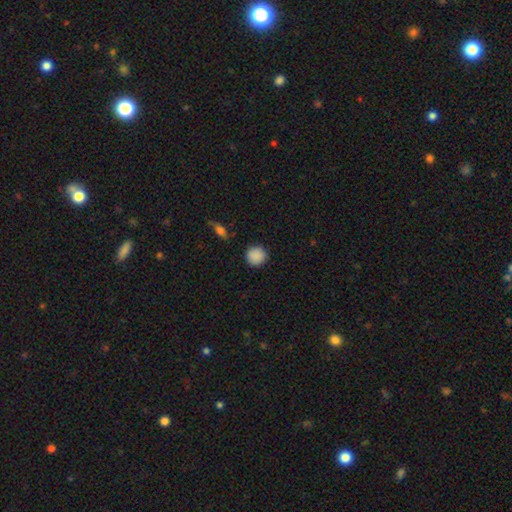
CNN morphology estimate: Overall: smooth (88%). How rounded: round (93%). Merging: none (89%).